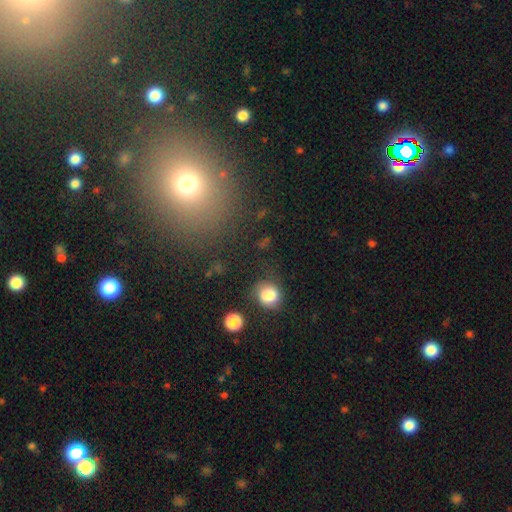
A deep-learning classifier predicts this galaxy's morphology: Smooth or featured?
  - smooth: 56% *
  - star or artifact: 34%
  - featured or disk: 10%
How rounded?
  - round: 72% *
  - in between: 26%
  - cigar-shaped: 2%
Merging?
  - none: 86% *
  - minor disturbance: 8%
  - major disturbance: 4%
  - merger: 3%